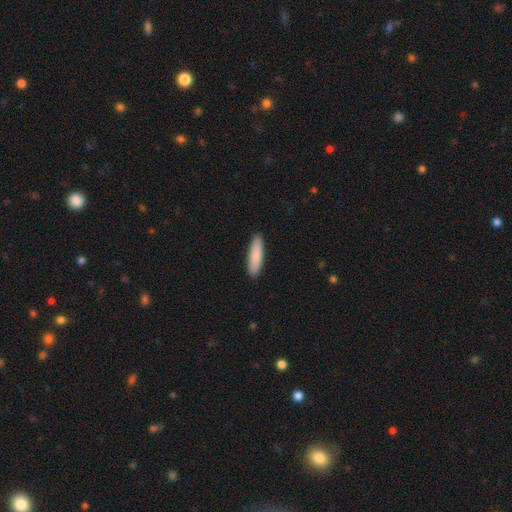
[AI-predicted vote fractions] Smooth or featured: smooth — 86% (featured or disk — 9%)
How rounded: cigar-shaped — 67% (in between — 31%)
Merging: none — 90% (minor disturbance — 7%)